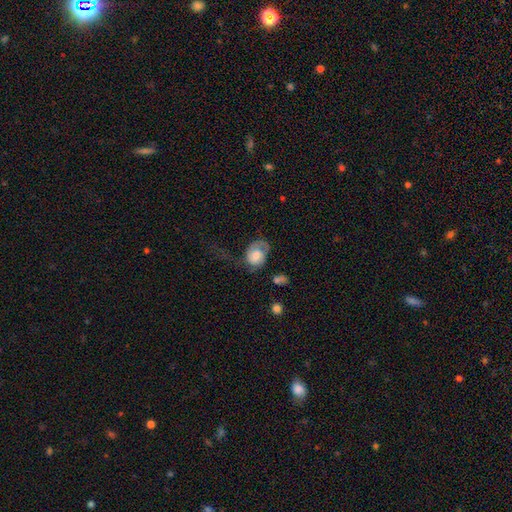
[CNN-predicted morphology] Overall: featured or disk (48%; smooth 44%). Merging: major disturbance (37%; none 33%).